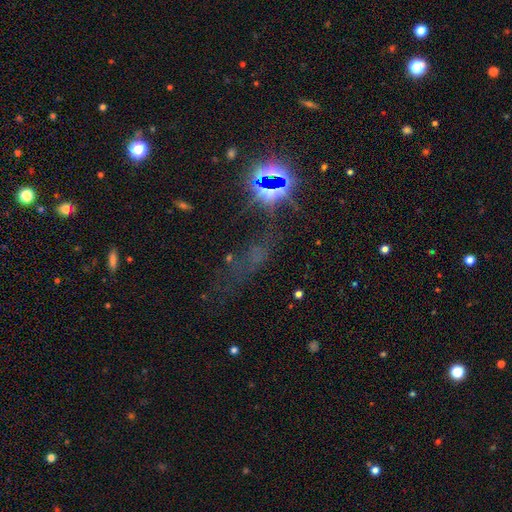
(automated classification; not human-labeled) This appears to be a star or artifact, not a galaxy (66%).